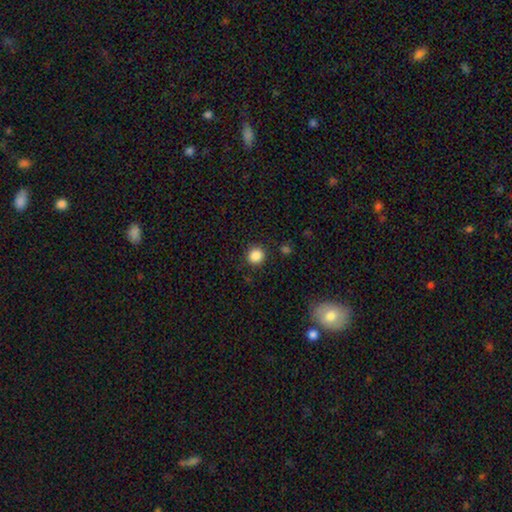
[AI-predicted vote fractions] smooth_or_featured: smooth (p=0.87) [alt: star or artifact p=0.10]
how_rounded: round (p=0.91) [alt: in between p=0.08]
merging: none (p=0.89) [alt: minor disturbance p=0.07]